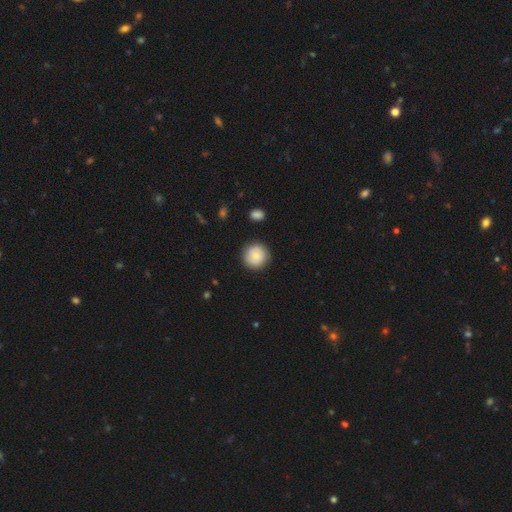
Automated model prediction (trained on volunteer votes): Overall: smooth (76%). How rounded: round (94%). Merging: none (88%).